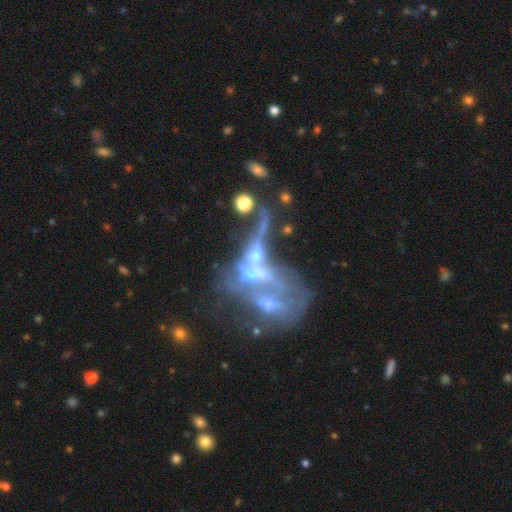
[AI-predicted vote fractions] The model was most divided on "smooth or featured": featured or disk: 53%, smooth: 24%, star or artifact: 23%. More confident: edge-on disk — no (87%); merging — merger (57%).